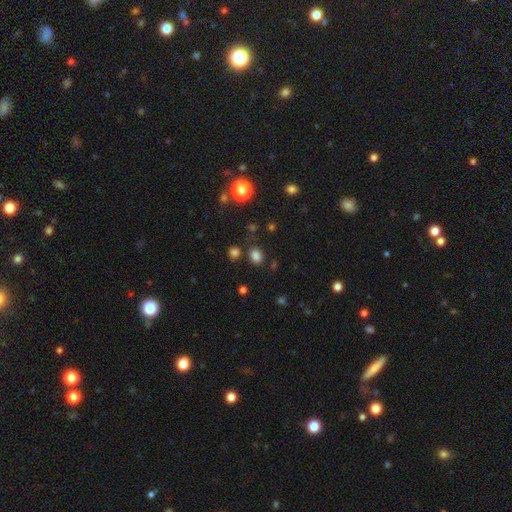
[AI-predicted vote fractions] Morphology: type=smooth (79%); roundness=in between (53%); merging=none (79%).